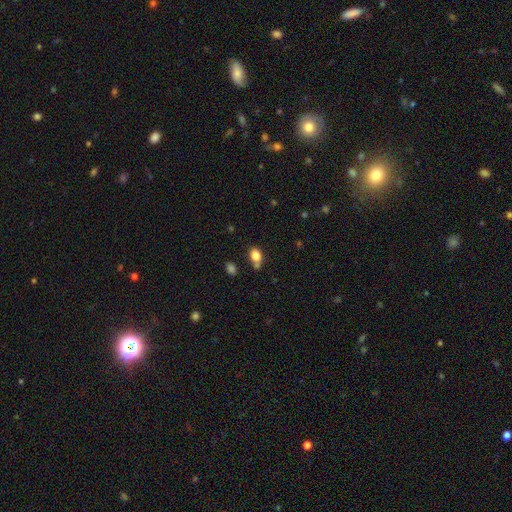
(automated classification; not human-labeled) Morphology: type=smooth (82%); roundness=in between (69%); merging=none (56%).